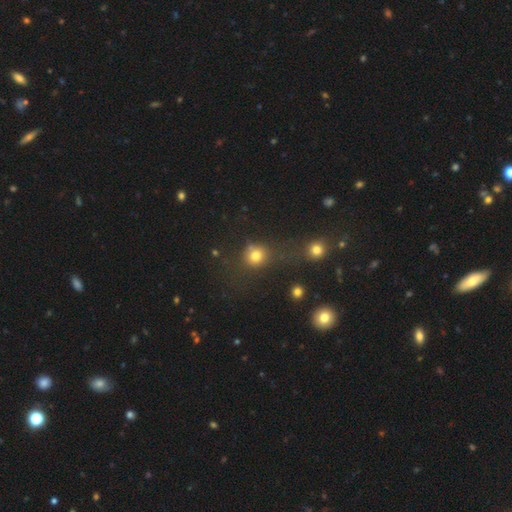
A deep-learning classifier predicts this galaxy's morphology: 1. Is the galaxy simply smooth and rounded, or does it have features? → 76% smooth, 16% star or artifact, 8% featured or disk.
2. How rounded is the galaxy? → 86% round, 13% in between, 1% cigar-shaped.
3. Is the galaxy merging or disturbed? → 56% none, 22% merger, 13% minor disturbance, 10% major disturbance.